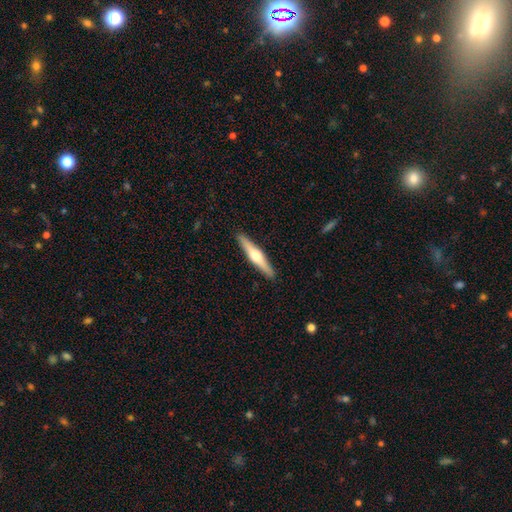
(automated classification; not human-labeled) The model was most divided on "smooth or featured": featured or disk: 61%, smooth: 34%, star or artifact: 5%. More confident: edge-on disk — yes (97%); merging — none (92%); edge-on bulge — rounded (90%).